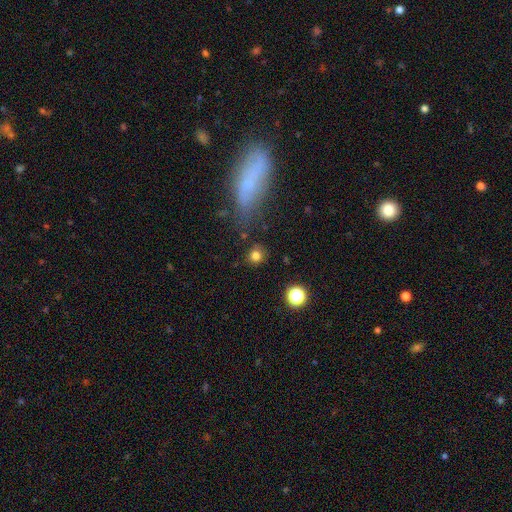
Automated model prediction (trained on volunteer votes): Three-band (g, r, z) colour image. It shows a smooth galaxy with no disk features (79%) that is round (85%). Merging: none (81%).